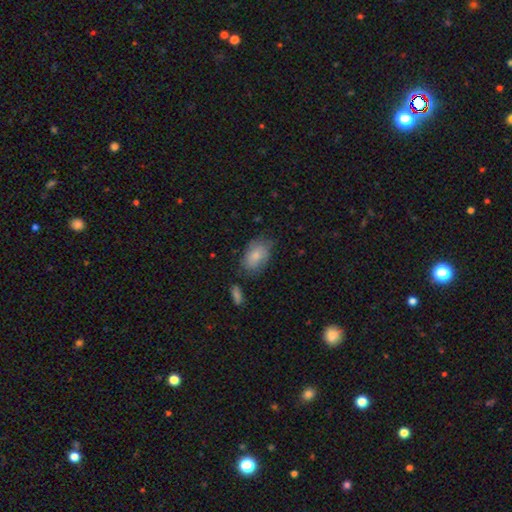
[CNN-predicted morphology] Smooth or featured?
  - smooth: 78% *
  - featured or disk: 15%
  - star or artifact: 7%
How rounded?
  - in between: 88% *
  - round: 11%
  - cigar-shaped: 1%
Merging?
  - none: 66% *
  - minor disturbance: 23%
  - major disturbance: 7%
  - merger: 4%